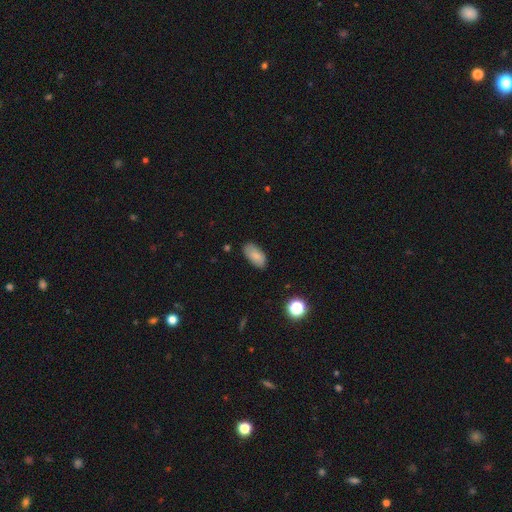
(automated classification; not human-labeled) smooth-or-featured: smooth: 82% | featured or disk: 10% | star or artifact: 8%
  how-rounded: in between: 93% | cigar-shaped: 4% | round: 3%
  merging: none: 82% | minor disturbance: 14% | major disturbance: 3% | merger: 1%